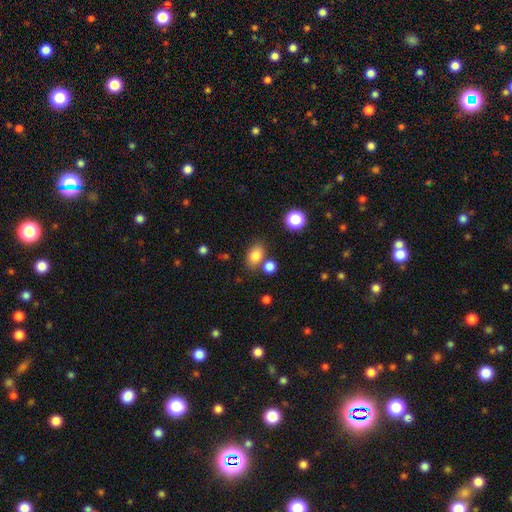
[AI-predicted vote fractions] Smooth or featured? Predicted: smooth (p=0.82). How rounded? Predicted: in between (p=0.74). Merging? Predicted: none (p=0.69).